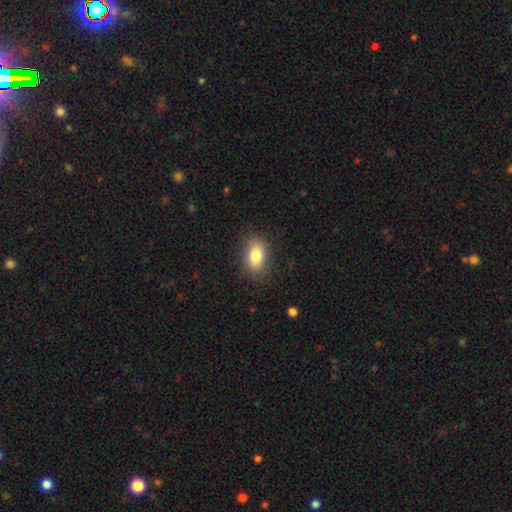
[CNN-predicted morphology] A smooth galaxy with no disk features (82%) that is in between round and cigar-shaped (85%). Merging: none (82%).